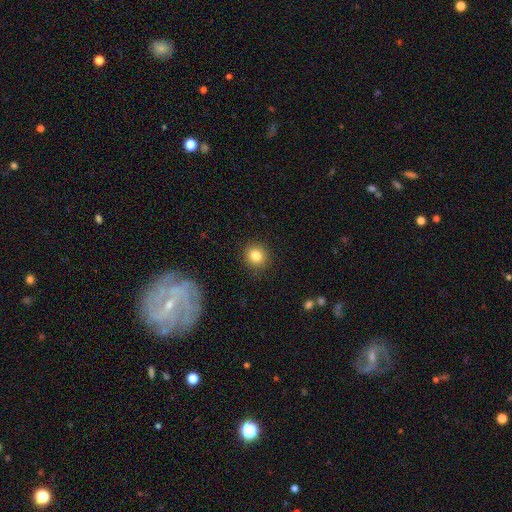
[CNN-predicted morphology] This is clearly a smooth galaxy (83%). How rounded: clearly round (88%). Merging: clearly none (90%).